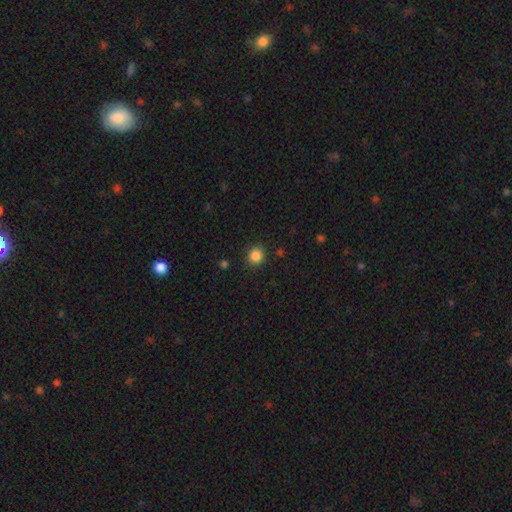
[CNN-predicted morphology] type=smooth (86%); roundness=round (90%); merging=none (89%).